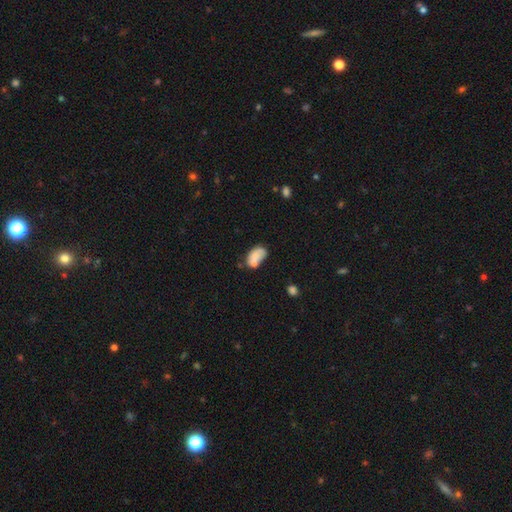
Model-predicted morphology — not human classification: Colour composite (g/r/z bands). It shows a smooth galaxy with no disk features (73%) that is in between round and cigar-shaped (90%). Merging: none (36%).